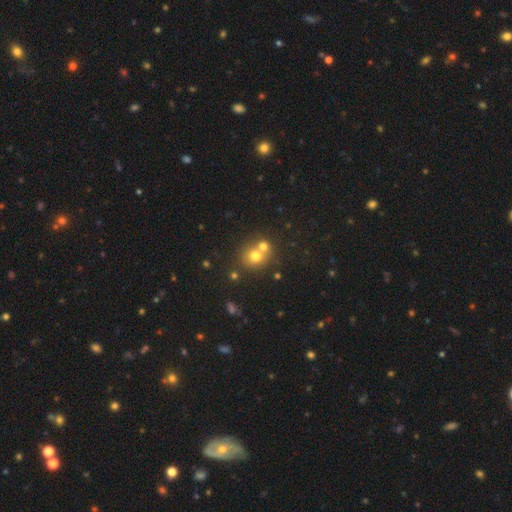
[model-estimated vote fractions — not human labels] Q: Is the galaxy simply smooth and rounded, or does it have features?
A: smooth — 70%.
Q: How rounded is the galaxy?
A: round — 79%.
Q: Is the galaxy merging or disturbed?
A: merger — 50%.